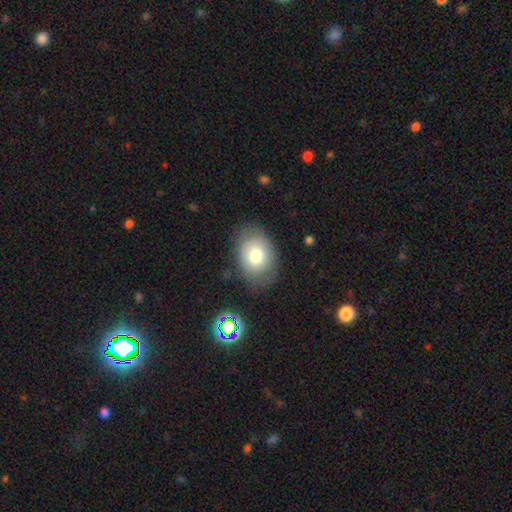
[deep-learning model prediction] smooth-or-featured: smooth: 74% | featured or disk: 17% | star or artifact: 10%
  how-rounded: in between: 72% | round: 27% | cigar-shaped: 1%
  merging: none: 75% | minor disturbance: 17% | major disturbance: 6% | merger: 2%